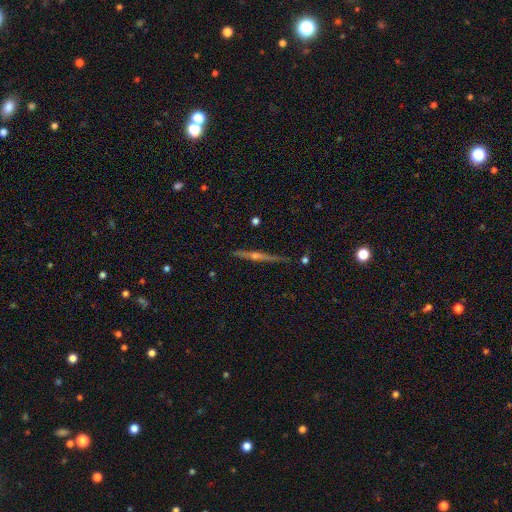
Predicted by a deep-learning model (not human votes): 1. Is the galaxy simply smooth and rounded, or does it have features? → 76% featured or disk, 14% smooth, 10% star or artifact.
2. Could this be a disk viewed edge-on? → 97% yes, 3% no.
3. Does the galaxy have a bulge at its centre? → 84% rounded, 10% none, 6% boxy.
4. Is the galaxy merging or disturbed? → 85% none, 10% minor disturbance, 3% major disturbance, 2% merger.